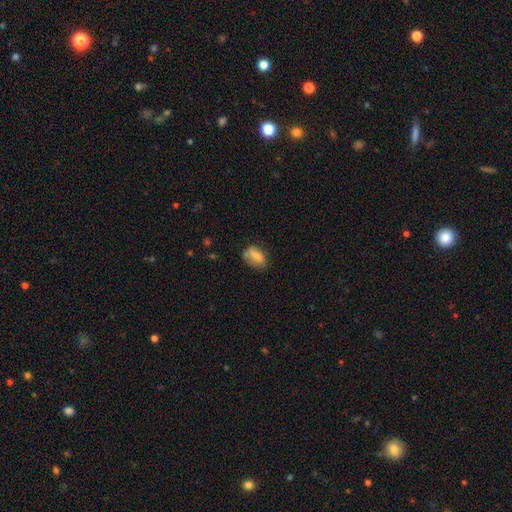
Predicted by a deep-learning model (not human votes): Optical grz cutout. It shows a smooth galaxy with no disk features (75%) that is in between round and cigar-shaped (82%). Merging: none (59%).